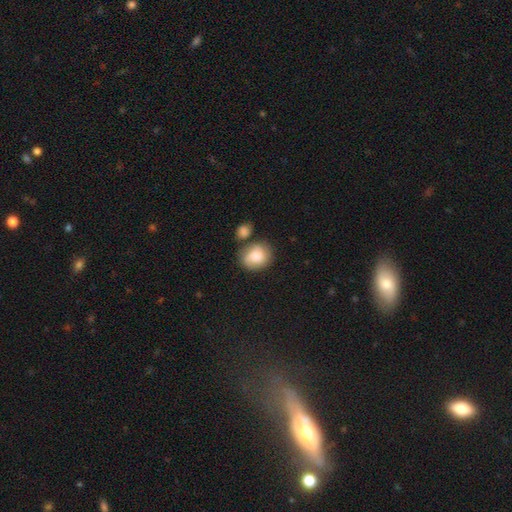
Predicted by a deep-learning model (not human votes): Overall: smooth (63%; featured or disk 29%). How rounded: round (68%; in between 32%). Merging: none (58%; minor disturbance 19%).